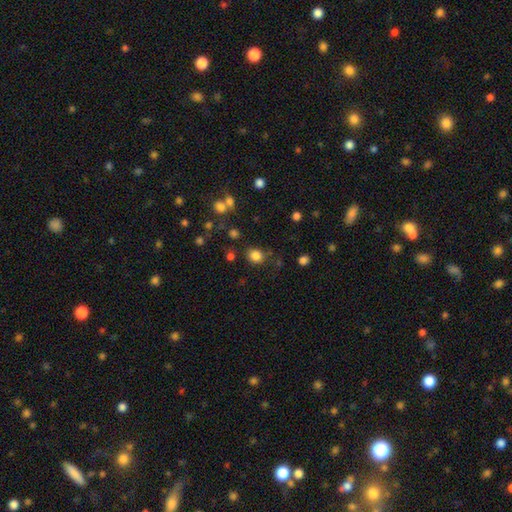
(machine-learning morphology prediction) smooth 83%, star or artifact 13%, featured or disk 5%. Down the decision tree: how rounded — round (73%); merging — none (80%).